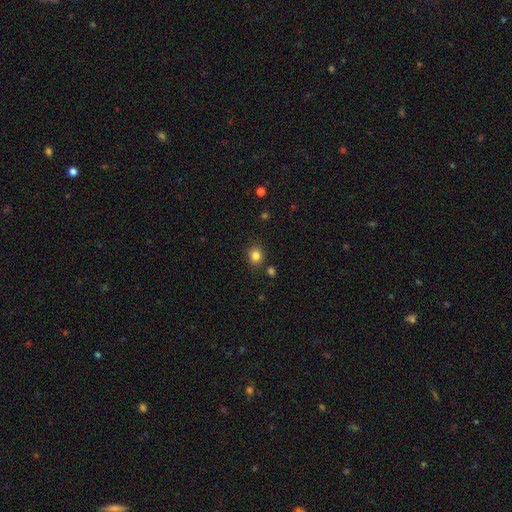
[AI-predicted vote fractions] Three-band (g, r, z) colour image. It shows a smooth galaxy with no disk features (82%) that is round (73%). Merging: none (82%).